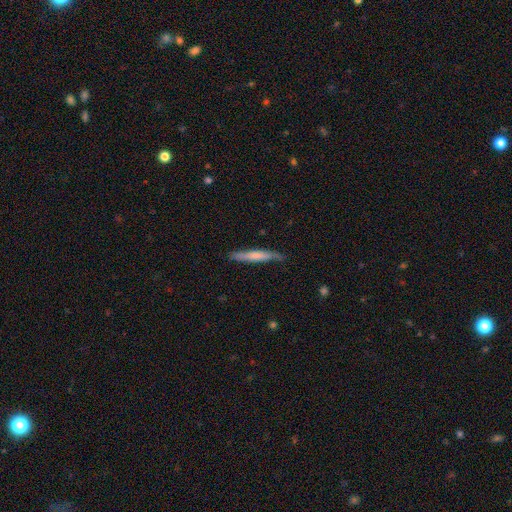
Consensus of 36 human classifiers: Q: Smooth or featured?
A: smooth (61%); runner-up: featured or disk (39%)
Q: How rounded?
A: cigar-shaped (91%); runner-up: in between (9%)
Q: Merging?
A: none (81%); runner-up: minor disturbance (11%)